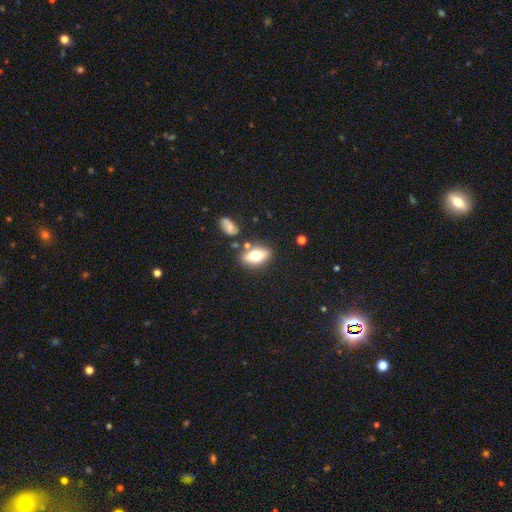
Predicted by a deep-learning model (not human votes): Smooth or featured? Predicted: smooth (p=0.64). How rounded? Predicted: in between (p=0.82). Merging? Predicted: none (p=0.76).